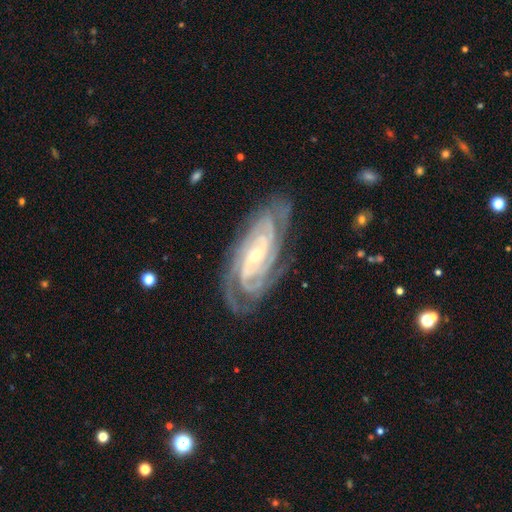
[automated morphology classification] smooth-or-featured: featured or disk: 92% | star or artifact: 5% | smooth: 4%
  disk-edge-on: no: 94% | yes: 6%
    bar: weak: 39% | no: 37% | strong: 24%
    has-spiral-arms: yes: 98% | no: 2%
      spiral-winding: tight: 72% | medium: 25% | loose: 3%
      spiral-arm-count: 4: 28% (tied) | 3: 28% (tied) | 2: 16% | can't tell: 15% | more than 4: 7% | 1: 6%
    bulge-size: small: 65% | moderate: 31% | large: 1% | none: 1% | dominant: 1%
  merging: none: 78% | minor disturbance: 16% | major disturbance: 5% | merger: 1%